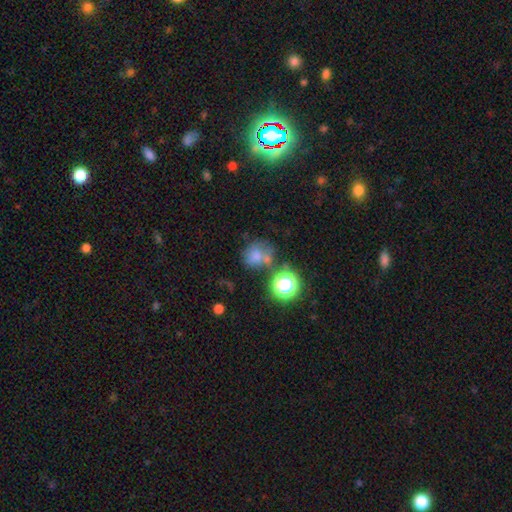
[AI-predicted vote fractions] Overall: smooth (65%). How rounded: round (70%). Merging: none (48%; merger 23%).